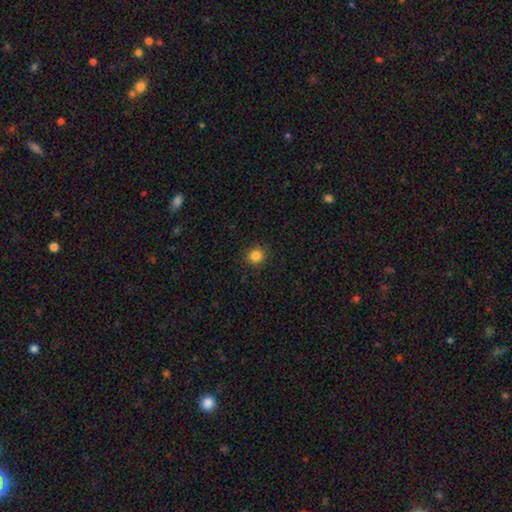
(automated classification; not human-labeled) Smooth or featured? Predicted: smooth (p=0.84). How rounded? Predicted: round (p=0.92). Merging? Predicted: none (p=0.91).